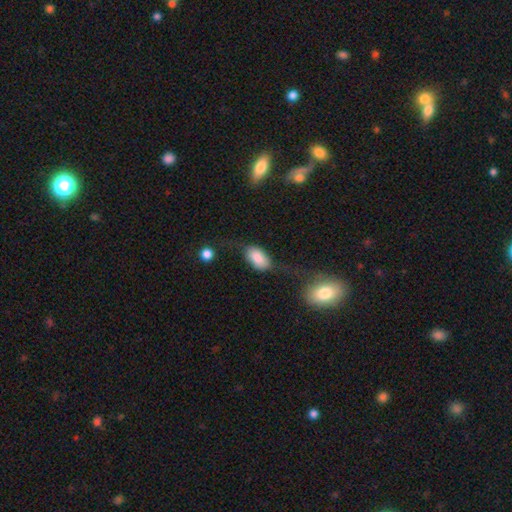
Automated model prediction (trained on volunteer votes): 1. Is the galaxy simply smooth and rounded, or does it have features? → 79% smooth, 14% featured or disk, 7% star or artifact.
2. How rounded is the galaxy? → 91% in between, 6% round, 3% cigar-shaped.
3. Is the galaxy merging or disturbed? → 45% none, 25% minor disturbance, 20% major disturbance, 11% merger.